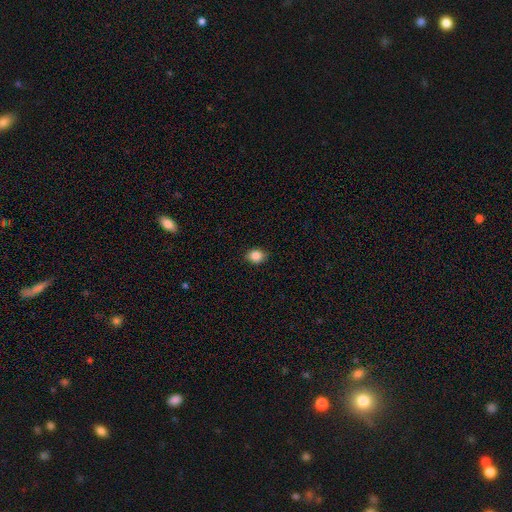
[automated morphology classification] Overall: smooth (87%). How rounded: round (60%; in between 39%). Merging: none (86%).